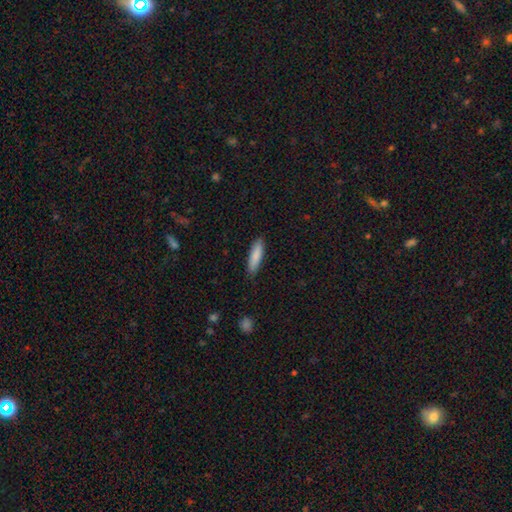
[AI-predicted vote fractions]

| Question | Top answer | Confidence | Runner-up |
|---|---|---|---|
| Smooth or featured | smooth | 86% | featured or disk (9%) |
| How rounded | cigar-shaped | 65% | in between (33%) |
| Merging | none | 86% | minor disturbance (11%) |